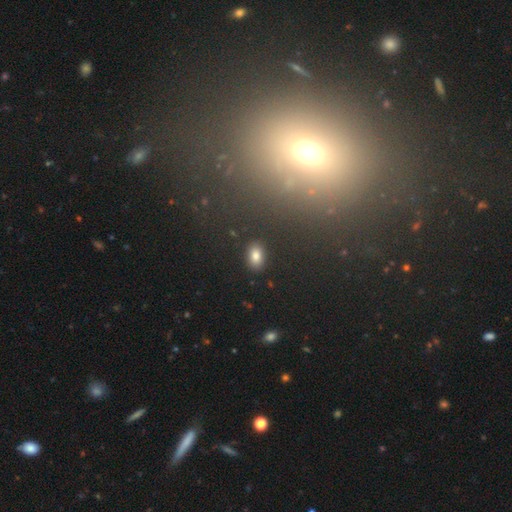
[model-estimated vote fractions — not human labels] smooth-or-featured: smooth: 82% | star or artifact: 11% | featured or disk: 7%
  how-rounded: in between: 85% | round: 14% | cigar-shaped: 2%
  merging: none: 88% | minor disturbance: 8% | major disturbance: 2% | merger: 2%